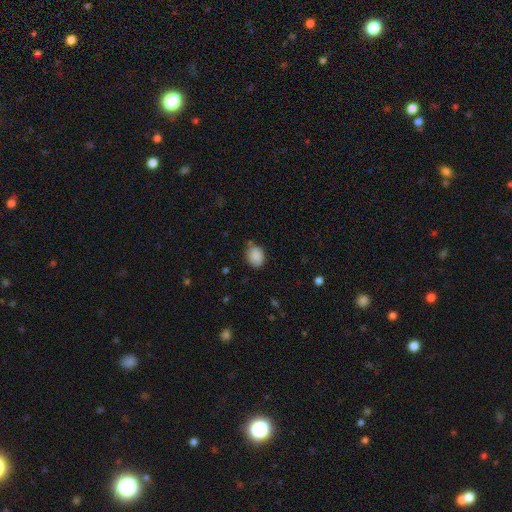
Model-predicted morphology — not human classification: smooth 88%, star or artifact 8%, featured or disk 4%. Down the decision tree: how rounded — in between (55%); merging — none (74%).